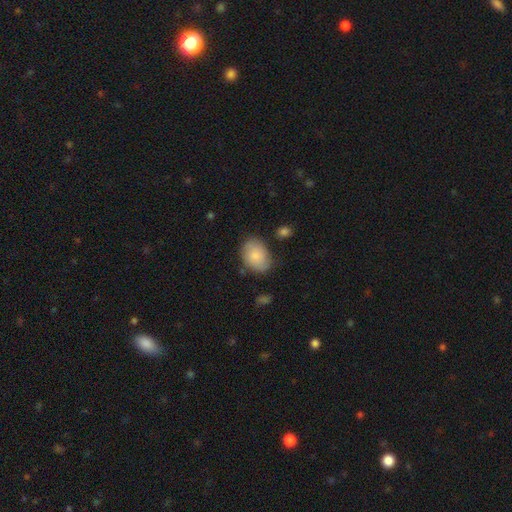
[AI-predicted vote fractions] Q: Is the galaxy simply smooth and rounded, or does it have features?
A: smooth — 79%.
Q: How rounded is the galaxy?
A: in between — 77%.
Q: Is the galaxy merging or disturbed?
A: none — 71%.